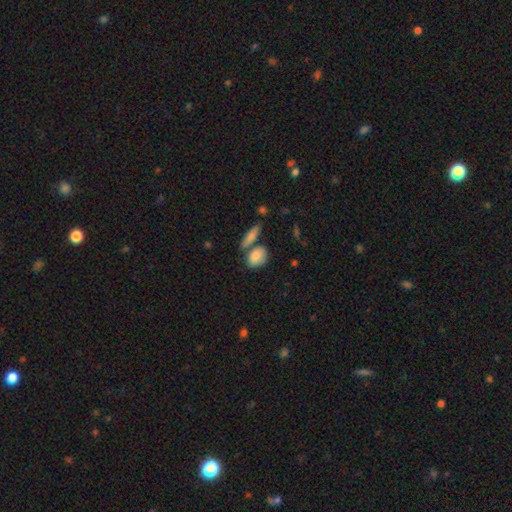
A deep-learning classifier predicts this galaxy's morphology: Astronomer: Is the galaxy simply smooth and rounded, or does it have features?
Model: smooth — 82%.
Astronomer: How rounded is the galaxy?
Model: in between — 68%.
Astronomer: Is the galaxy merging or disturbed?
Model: none — 52% (runner-up: merger, 28%).